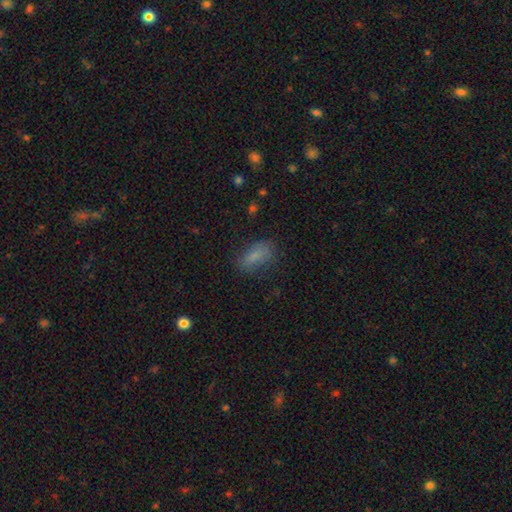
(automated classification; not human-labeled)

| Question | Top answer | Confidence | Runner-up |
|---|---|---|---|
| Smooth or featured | smooth | 80% | star or artifact (10%) |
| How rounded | in between | 83% | cigar-shaped (13%) |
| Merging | none | 71% | minor disturbance (19%) |